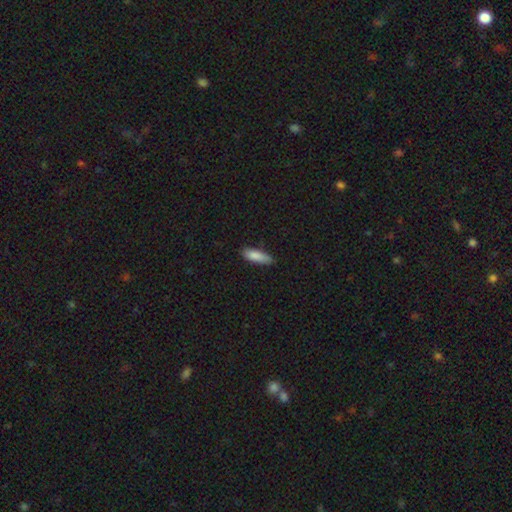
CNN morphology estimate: Smooth or featured?
  - smooth: 86% *
  - featured or disk: 8%
  - star or artifact: 6%
How rounded?
  - in between: 53% *
  - cigar-shaped: 45%
  - round: 2%
Merging?
  - none: 77% *
  - minor disturbance: 19%
  - major disturbance: 3%
  - merger: 1%